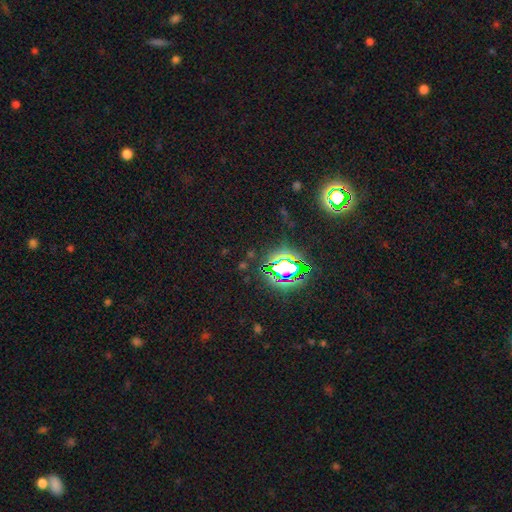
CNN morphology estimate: The model was most divided on "smooth or featured": star or artifact: 80%, smooth: 12%, featured or disk: 8%.